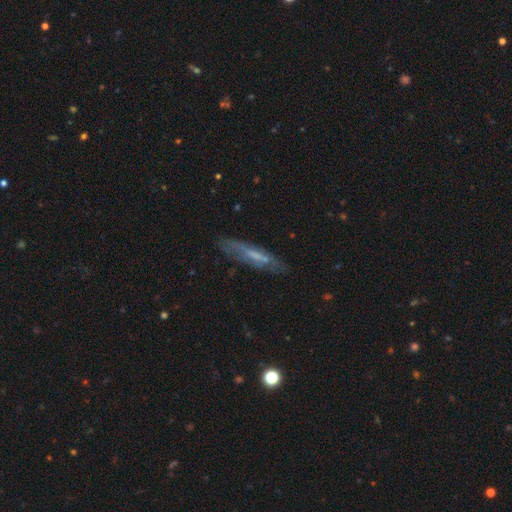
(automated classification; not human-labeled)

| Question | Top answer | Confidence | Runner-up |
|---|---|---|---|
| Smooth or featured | featured or disk | 54% | smooth (38%) |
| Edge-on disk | yes | 56% | no (44%) |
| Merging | none | 73% | minor disturbance (18%) |